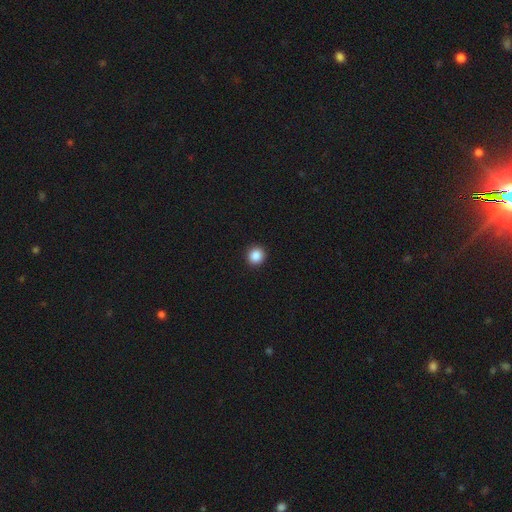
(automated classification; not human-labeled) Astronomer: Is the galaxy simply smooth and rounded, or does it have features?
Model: smooth — 87%.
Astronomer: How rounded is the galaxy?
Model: round — 92%.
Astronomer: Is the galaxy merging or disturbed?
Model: none — 93%.